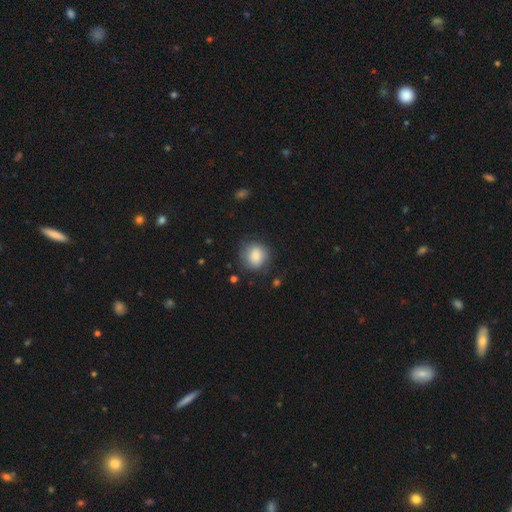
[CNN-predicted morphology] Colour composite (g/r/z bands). It shows a smooth galaxy with no disk features (83%) that is round (85%). Merging: none (76%).